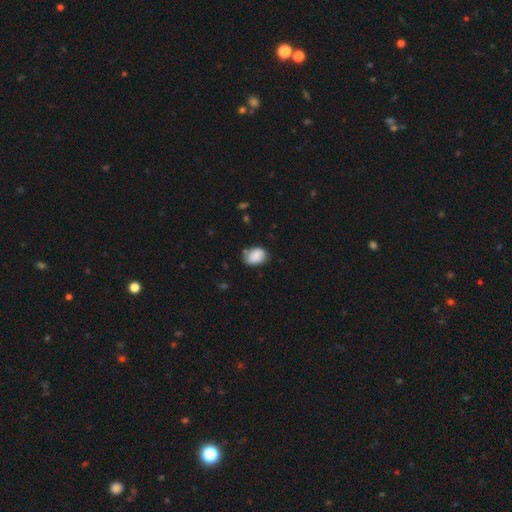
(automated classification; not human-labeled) Q: Smooth or featured?
A: smooth (83%); runner-up: featured or disk (9%)
Q: How rounded?
A: in between (71%); runner-up: round (28%)
Q: Merging?
A: none (66%); runner-up: minor disturbance (25%)